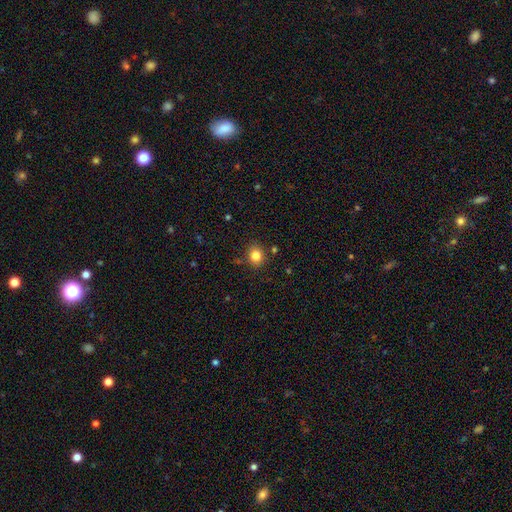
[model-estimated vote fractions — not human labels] smooth 82%, star or artifact 12%, featured or disk 6%. Down the decision tree: how rounded — round (72%); merging — none (84%).